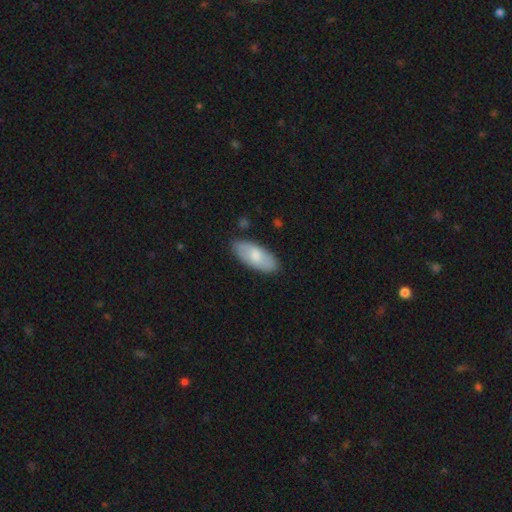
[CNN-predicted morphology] type=smooth (71%); roundness=in between (89%); merging=none (84%).